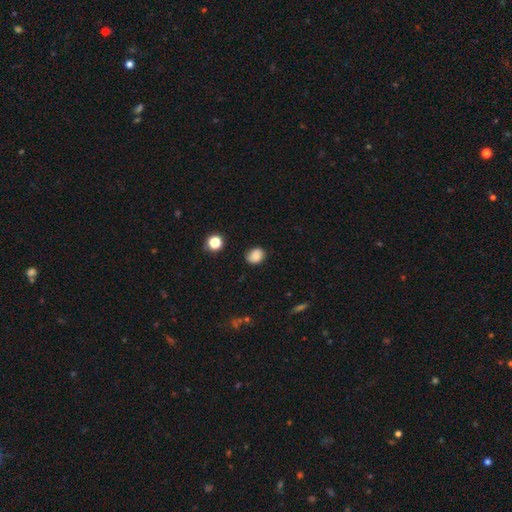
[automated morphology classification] type=smooth (84%); roundness=in between (52%); merging=none (80%).